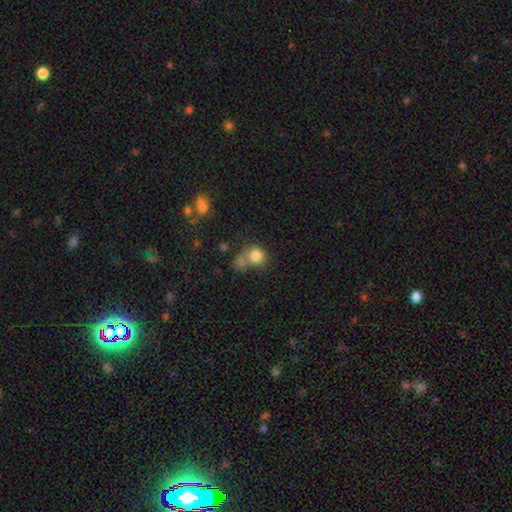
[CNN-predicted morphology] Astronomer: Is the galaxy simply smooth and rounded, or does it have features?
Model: smooth — 81%.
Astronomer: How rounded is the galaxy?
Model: round — 81%.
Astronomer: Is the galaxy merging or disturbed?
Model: none — 42% (runner-up: merger, 34%).